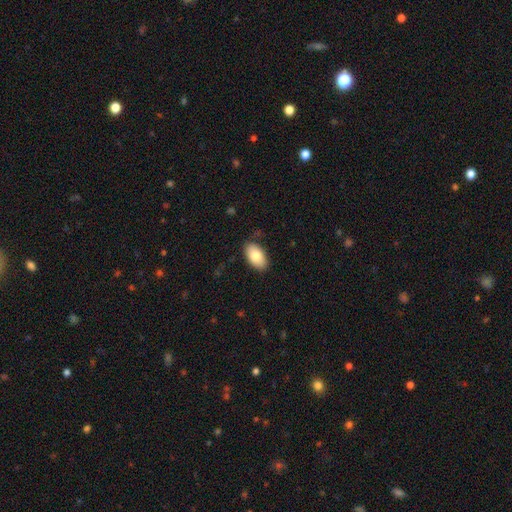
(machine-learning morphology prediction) Q: Smooth or featured?
A: smooth (81%); runner-up: featured or disk (12%)
Q: How rounded?
A: in between (94%); runner-up: round (4%)
Q: Merging?
A: none (85%); runner-up: minor disturbance (12%)